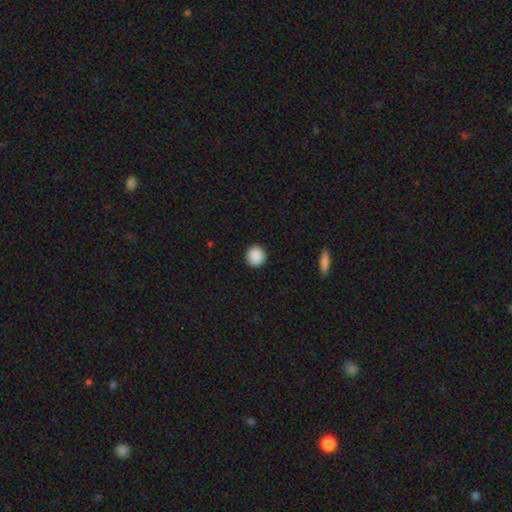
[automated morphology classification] This appears to be a smooth galaxy with no disk features (89%) that is round (92%). Merging: none (92%).